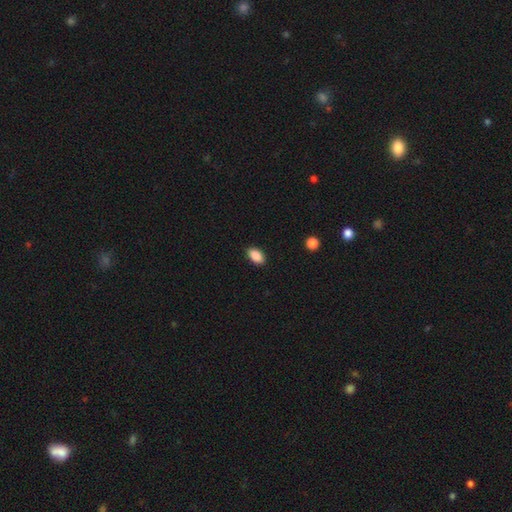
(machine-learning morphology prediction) smooth-or-featured: smooth: 89% | star or artifact: 8% | featured or disk: 3%
  how-rounded: in between: 92% | round: 6% | cigar-shaped: 2%
  merging: none: 89% | minor disturbance: 8% | major disturbance: 2% | merger: 1%